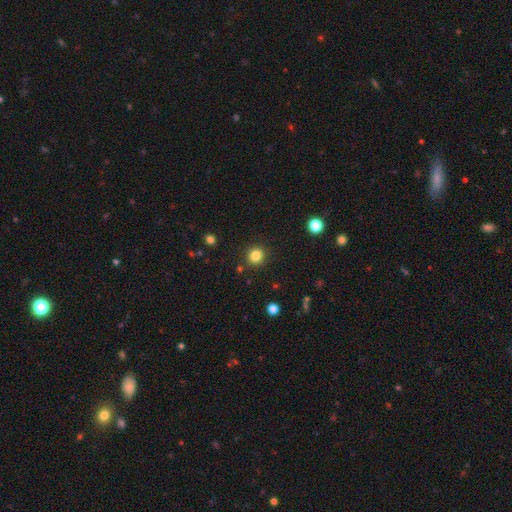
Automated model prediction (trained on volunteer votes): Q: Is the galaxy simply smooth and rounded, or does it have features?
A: smooth — 83%.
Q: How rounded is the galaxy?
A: round — 89%.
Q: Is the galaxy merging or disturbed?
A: none — 89%.